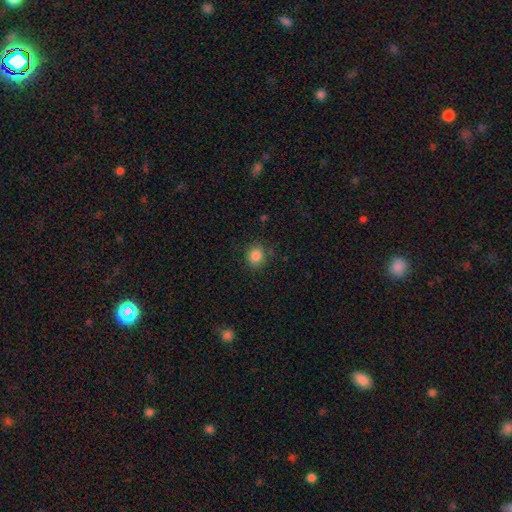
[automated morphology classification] A smooth galaxy with no disk features (85%) that is round (68%). Merging: none (83%).